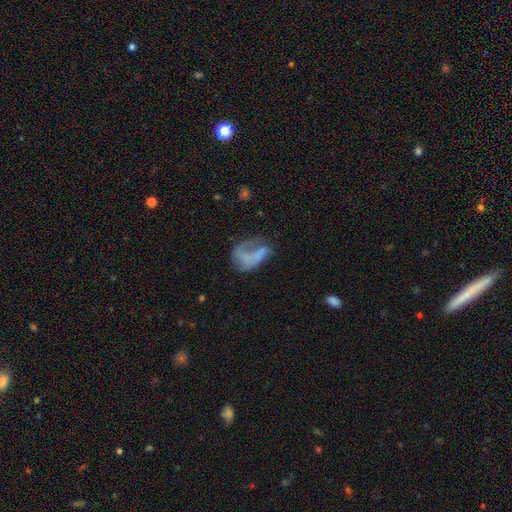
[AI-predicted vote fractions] Smooth or featured?
  - featured or disk: 50% *
  - smooth: 38%
  - star or artifact: 12%
Edge-on disk?
  - no: 97% *
  - yes: 3%
Merging?
  - major disturbance: 45% *
  - none: 27%
  - minor disturbance: 19%
  - merger: 9%